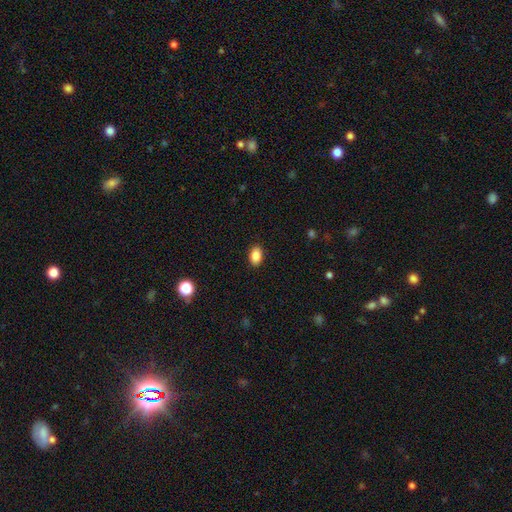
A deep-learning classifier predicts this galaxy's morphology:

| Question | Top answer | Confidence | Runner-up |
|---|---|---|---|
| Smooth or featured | smooth | 87% | star or artifact (8%) |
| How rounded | in between | 88% | round (10%) |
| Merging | none | 89% | minor disturbance (8%) |